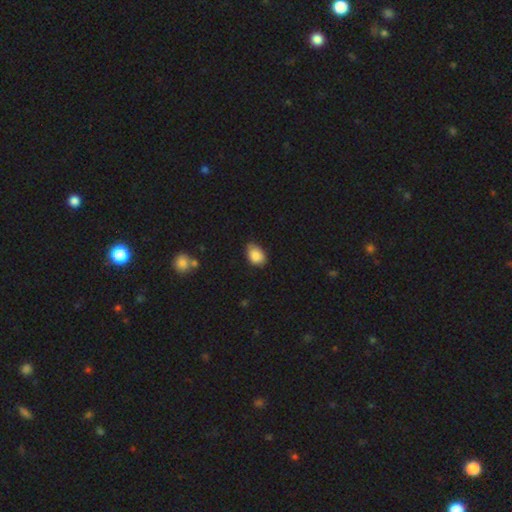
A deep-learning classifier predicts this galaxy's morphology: Smooth or featured? smooth (86%)
How rounded? in between (80%)
Merging? none (67%)